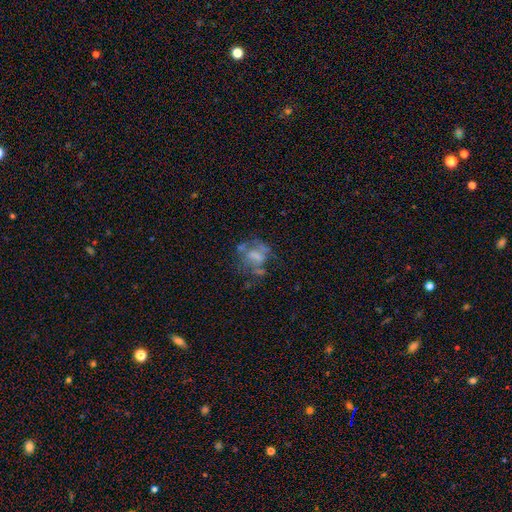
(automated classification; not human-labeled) featured or disk 51%, smooth 35%, star or artifact 14%. Down the decision tree: edge-on disk — no (97%); merging — major disturbance (35%).